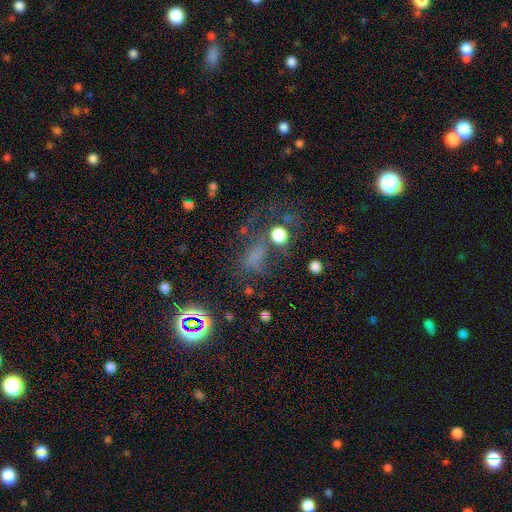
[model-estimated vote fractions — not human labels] Morphology: type=smooth (45%); merging=none (46%).